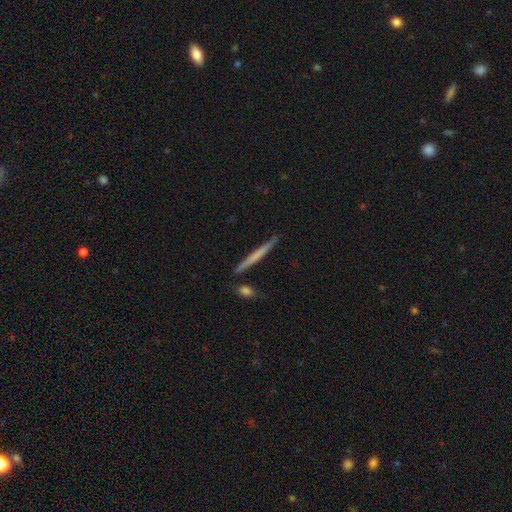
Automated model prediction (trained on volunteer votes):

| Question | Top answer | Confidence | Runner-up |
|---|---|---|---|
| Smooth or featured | smooth | 55% | featured or disk (40%) |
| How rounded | cigar-shaped | 97% | in between (2%) |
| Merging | none | 87% | minor disturbance (8%) |